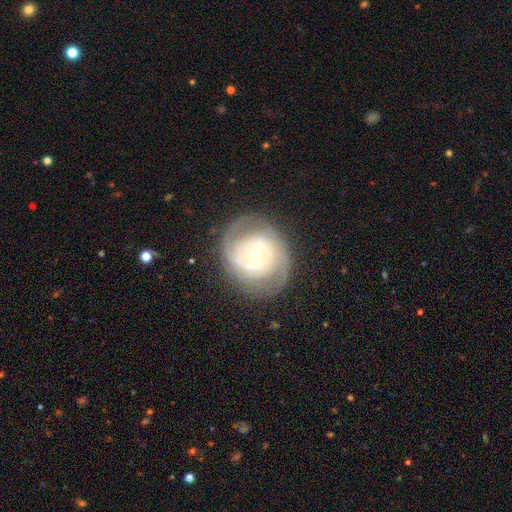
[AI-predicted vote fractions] This is clearly a featured or disk galaxy (81%). It is clearly not viewed edge-on (97%). Bar: marginally weak (44%). Spiral arm pattern: clearly yes (91%). Spiral arm count: likely 2 (61%). Spiral winding: possibly tight (48%). Central bulge: possibly small (55%). Merging: likely none (75%).